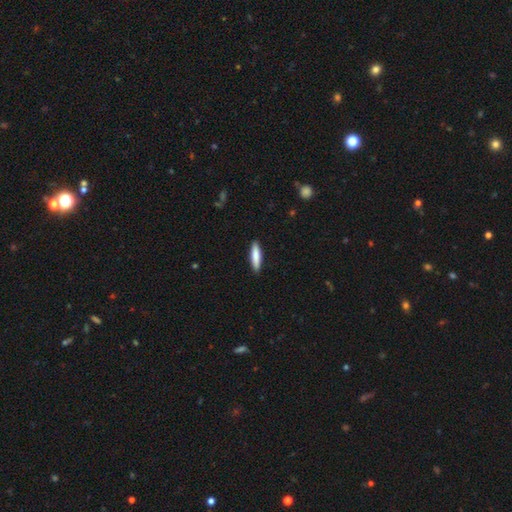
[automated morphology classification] A smooth galaxy with no disk features (80%) that is cigar-shaped (81%). Merging: none (90%).